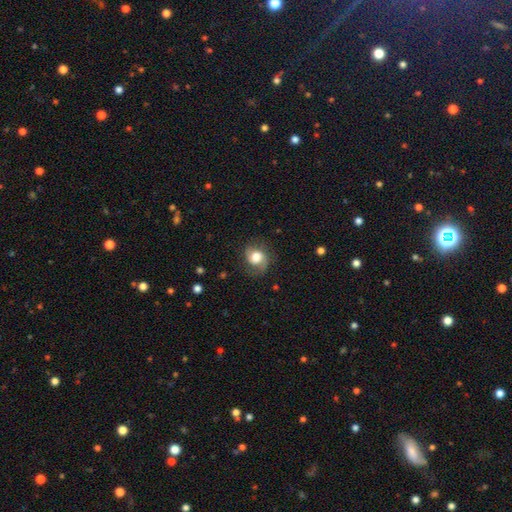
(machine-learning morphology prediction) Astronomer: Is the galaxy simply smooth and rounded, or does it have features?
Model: smooth — 60%.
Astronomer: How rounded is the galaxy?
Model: round — 65%.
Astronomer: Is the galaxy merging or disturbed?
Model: none — 67%.